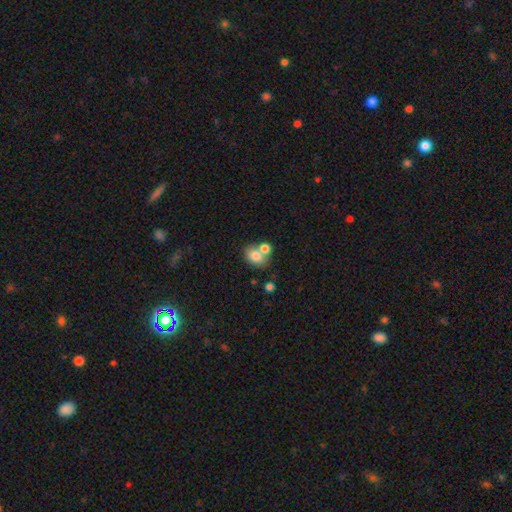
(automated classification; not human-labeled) A smooth galaxy with no disk features (77%) that is in between round and cigar-shaped (58%).

Vote fractions:
- Smooth or featured? smooth: 77% / featured or disk: 13% / star or artifact: 10%
- How rounded? in between: 58% / round: 41% / cigar-shaped: 1%
- Merging? none: 46% / merger: 39% / minor disturbance: 11% / major disturbance: 4%